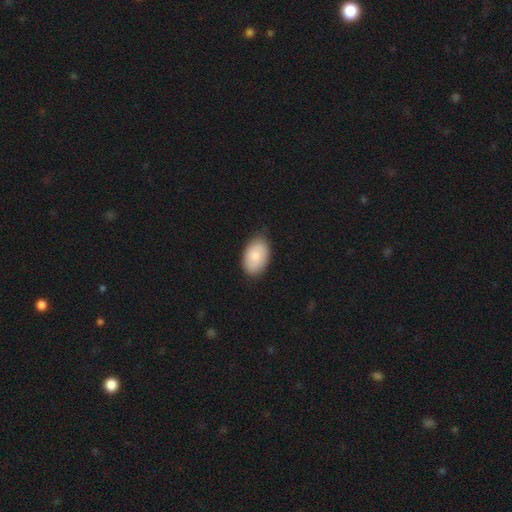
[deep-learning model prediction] A smooth galaxy with no disk features (77%) that is in between round and cigar-shaped (91%). Merging: none (81%).